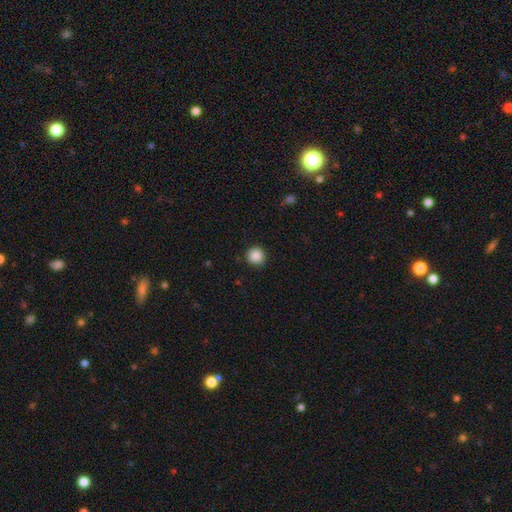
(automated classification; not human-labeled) Smooth or featured? smooth (88%)
How rounded? round (95%)
Merging? none (91%)